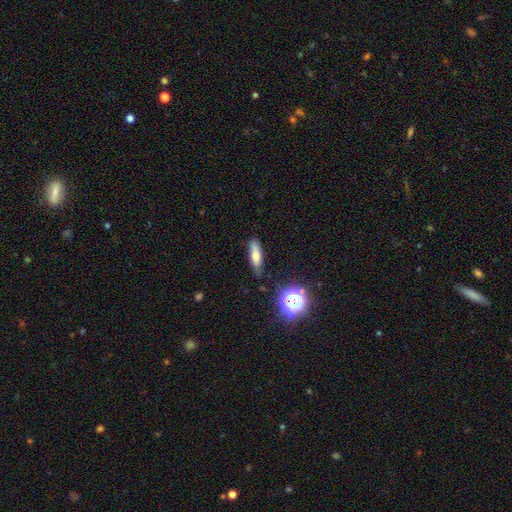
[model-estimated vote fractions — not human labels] Overall: smooth (64%). How rounded: cigar-shaped (56%; in between 39%). Merging: none (74%).